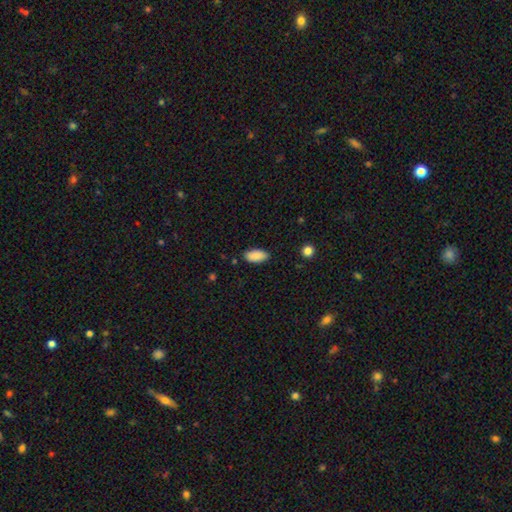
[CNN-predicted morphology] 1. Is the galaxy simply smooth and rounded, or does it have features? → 90% smooth, 7% star or artifact, 3% featured or disk.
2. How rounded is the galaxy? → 92% in between, 5% cigar-shaped, 2% round.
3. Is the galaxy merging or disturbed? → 87% none, 10% minor disturbance, 2% major disturbance, 1% merger.